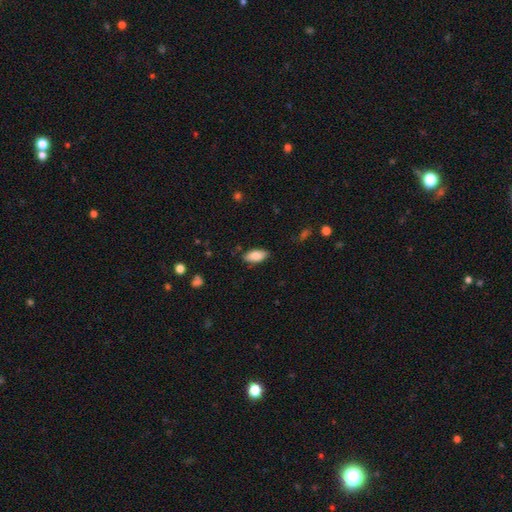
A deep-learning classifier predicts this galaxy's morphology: This is clearly a smooth galaxy (86%). How rounded: clearly in between (90%). Merging: clearly none (85%).